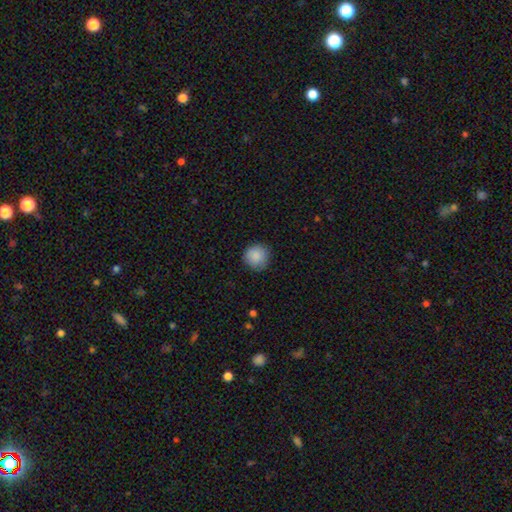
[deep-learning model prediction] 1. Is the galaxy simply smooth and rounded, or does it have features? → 88% smooth, 8% star or artifact, 4% featured or disk.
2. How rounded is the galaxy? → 94% round, 5% in between, 1% cigar-shaped.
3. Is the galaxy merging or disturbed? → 85% none, 11% minor disturbance, 2% major disturbance, 1% merger.